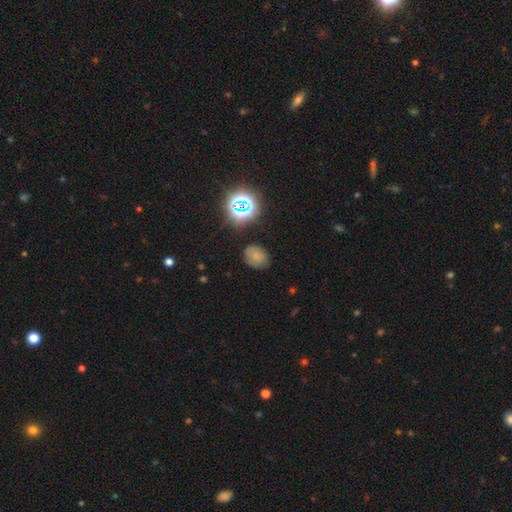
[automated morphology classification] A smooth galaxy with no disk features (61%) that is round (52%).

Vote fractions:
- Smooth or featured? smooth: 61% / star or artifact: 24% / featured or disk: 14%
- How rounded? round: 52% / in between: 47% / cigar-shaped: 1%
- Merging? none: 75% / minor disturbance: 18% / major disturbance: 5% / merger: 2%